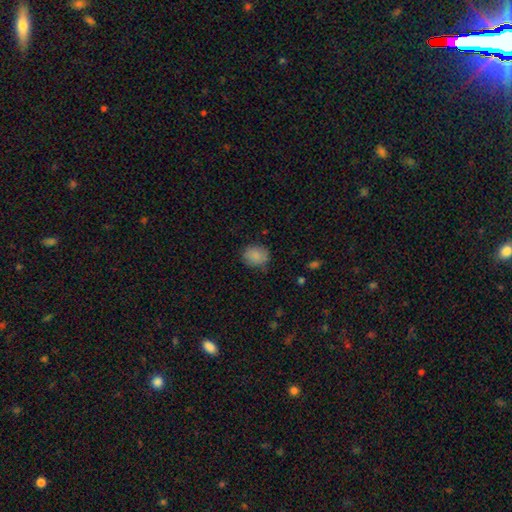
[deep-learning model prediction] Overall: smooth (86%). How rounded: round (66%; in between 33%). Merging: none (75%).